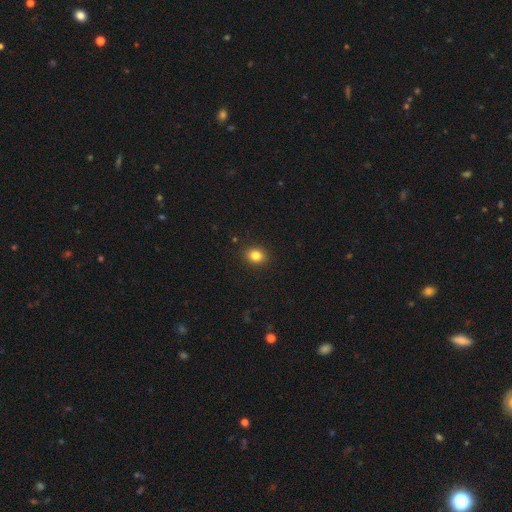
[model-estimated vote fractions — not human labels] Smooth or featured?
  - smooth: 83% *
  - star or artifact: 11%
  - featured or disk: 5%
How rounded?
  - round: 54% *
  - in between: 45%
  - cigar-shaped: 1%
Merging?
  - none: 90% *
  - minor disturbance: 7%
  - major disturbance: 2%
  - merger: 1%